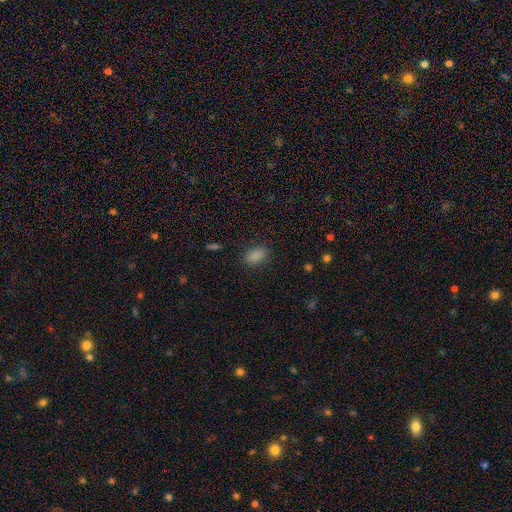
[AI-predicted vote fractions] The model was most divided on "how rounded": in between: 87%, round: 11%, cigar-shaped: 2%. More confident: merging — none (87%); smooth or featured — smooth (87%).